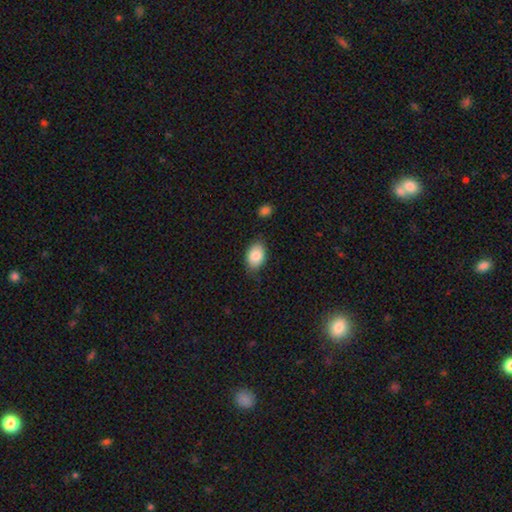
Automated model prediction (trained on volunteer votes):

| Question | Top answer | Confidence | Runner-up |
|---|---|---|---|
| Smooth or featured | smooth | 86% | featured or disk (7%) |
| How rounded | in between | 86% | round (13%) |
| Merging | none | 77% | minor disturbance (18%) |